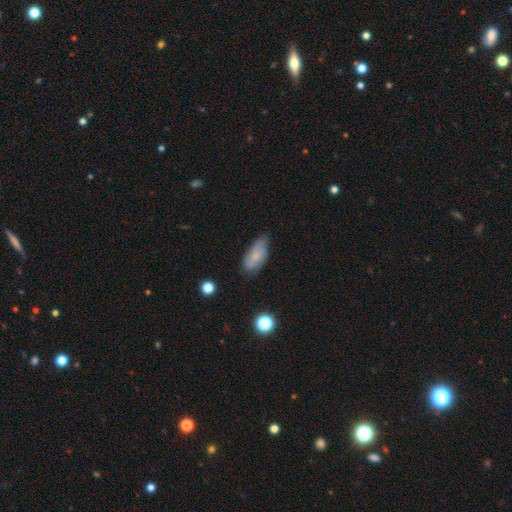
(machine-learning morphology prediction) Smooth or featured: smooth — 68% (featured or disk — 24%)
How rounded: in between — 86% (cigar-shaped — 11%)
Merging: none — 62% (minor disturbance — 30%)